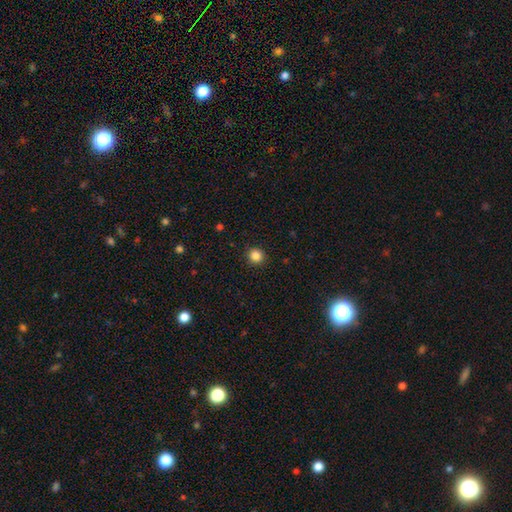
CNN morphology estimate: Smooth or featured: smooth — 85% (star or artifact — 11%)
How rounded: round — 92% (in between — 7%)
Merging: none — 92% (minor disturbance — 6%)